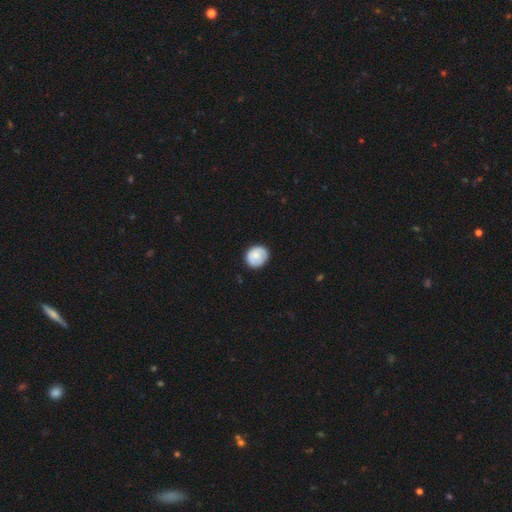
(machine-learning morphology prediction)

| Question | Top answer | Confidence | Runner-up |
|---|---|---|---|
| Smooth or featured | smooth | 74% | featured or disk (19%) |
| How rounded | round | 81% | in between (18%) |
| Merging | none | 81% | minor disturbance (15%) |